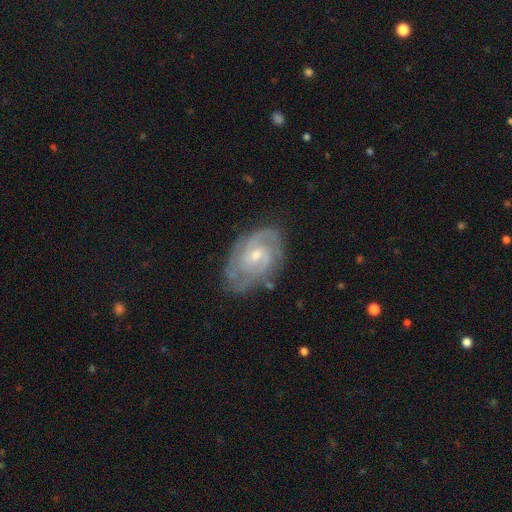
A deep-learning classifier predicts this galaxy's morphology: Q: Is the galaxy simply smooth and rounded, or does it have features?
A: featured or disk — 87%.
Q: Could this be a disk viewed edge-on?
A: no — 97%.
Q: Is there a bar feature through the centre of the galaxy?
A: no — 48%.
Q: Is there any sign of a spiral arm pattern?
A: yes — 97%.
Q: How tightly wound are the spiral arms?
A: tight — 58%.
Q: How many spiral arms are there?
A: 2 — 46%.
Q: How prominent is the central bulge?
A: small — 51%.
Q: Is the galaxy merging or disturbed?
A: none — 72%.